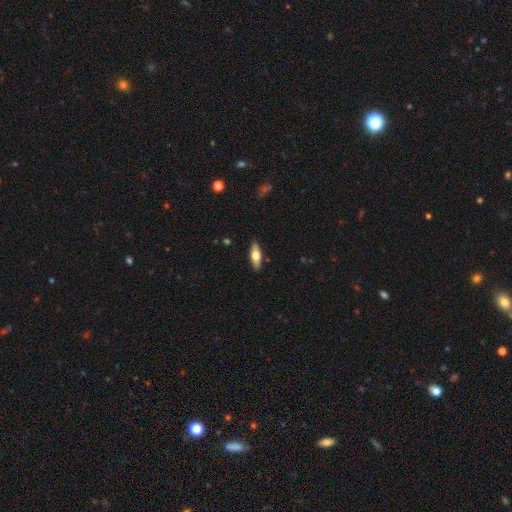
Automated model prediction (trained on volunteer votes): smooth 61%, featured or disk 33%, star or artifact 6%. Down the decision tree: how rounded — in between (65%); merging — none (89%).